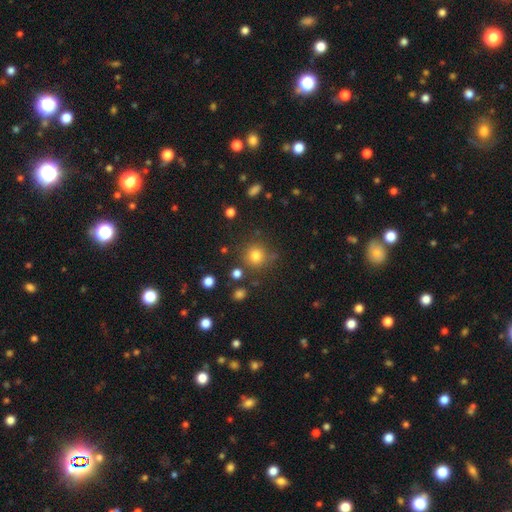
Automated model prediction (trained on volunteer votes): Overall: smooth (79%). How rounded: round (92%). Merging: none (79%).